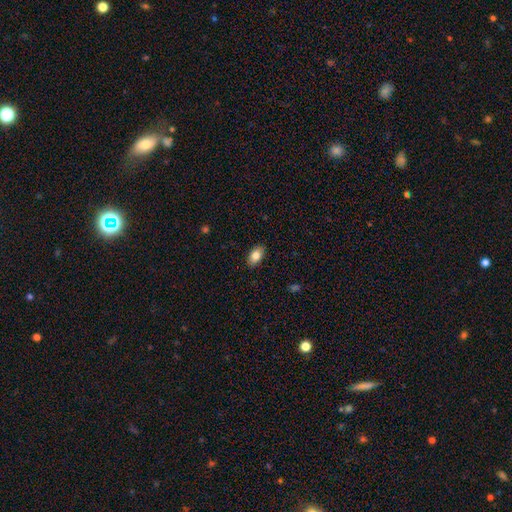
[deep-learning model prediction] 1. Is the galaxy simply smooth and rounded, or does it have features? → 83% smooth, 9% featured or disk, 7% star or artifact.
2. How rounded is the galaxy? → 92% in between, 6% round, 2% cigar-shaped.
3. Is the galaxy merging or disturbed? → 89% none, 8% minor disturbance, 2% major disturbance, 1% merger.